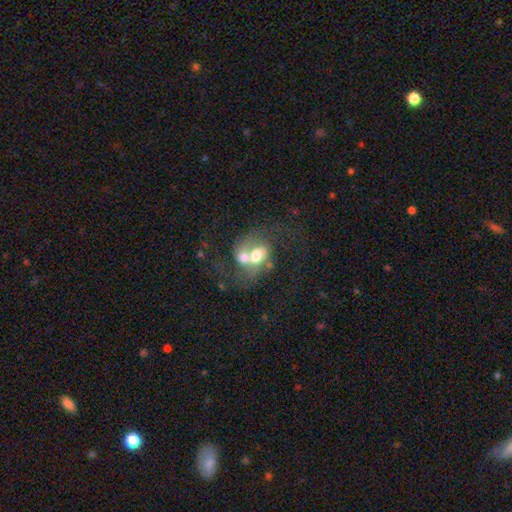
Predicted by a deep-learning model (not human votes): smooth-or-featured: featured or disk: 57% | smooth: 34% | star or artifact: 9%
  disk-edge-on: no: 96% | yes: 4%
    bar: no: 71% | weak: 22% | strong: 7%
    has-spiral-arms: yes: 64% | no: 36%
    bulge-size: moderate: 56% | large: 25% | small: 10% | dominant: 5% | none: 3%
  merging: merger: 69% | none: 13% | major disturbance: 11% | minor disturbance: 7%